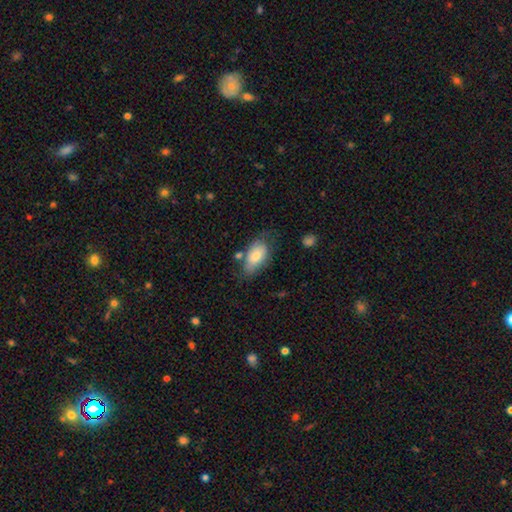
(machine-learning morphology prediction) Q: Smooth or featured?
A: smooth (74%); runner-up: featured or disk (19%)
Q: How rounded?
A: in between (92%); runner-up: round (4%)
Q: Merging?
A: none (53%); runner-up: minor disturbance (28%)